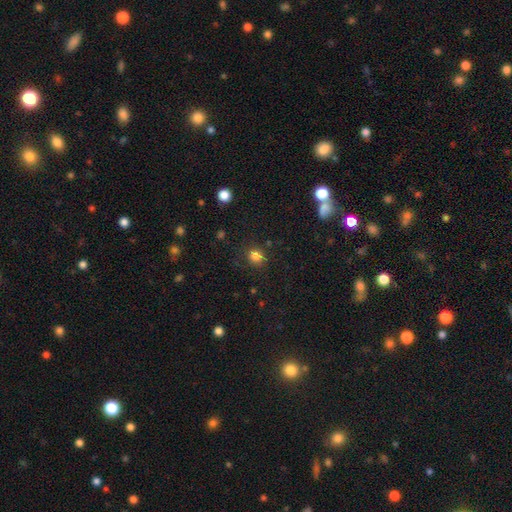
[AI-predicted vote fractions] This appears to be a smooth galaxy with no disk features (80%) that is round (76%). Merging: none (78%).